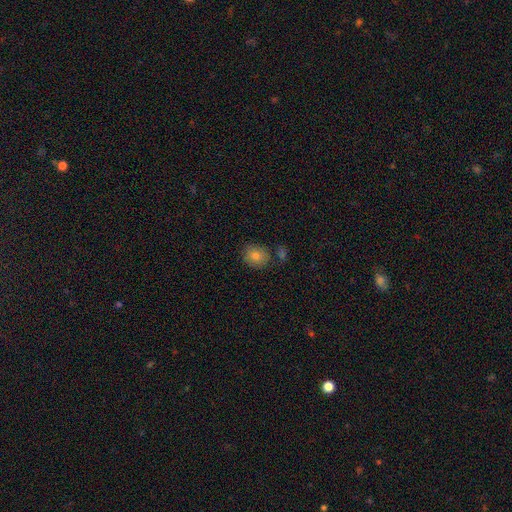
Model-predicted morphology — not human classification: Smooth or featured?
  - smooth: 79% *
  - star or artifact: 11%
  - featured or disk: 9%
How rounded?
  - round: 70% *
  - in between: 29%
  - cigar-shaped: 1%
Merging?
  - none: 77% *
  - minor disturbance: 12%
  - merger: 8%
  - major disturbance: 3%